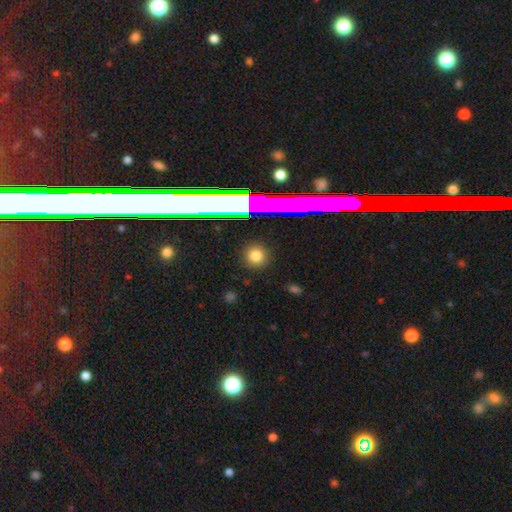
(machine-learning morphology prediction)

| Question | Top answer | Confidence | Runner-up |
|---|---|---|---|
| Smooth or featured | smooth | 80% | star or artifact (12%) |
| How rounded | round | 89% | in between (9%) |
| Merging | none | 90% | minor disturbance (6%) |